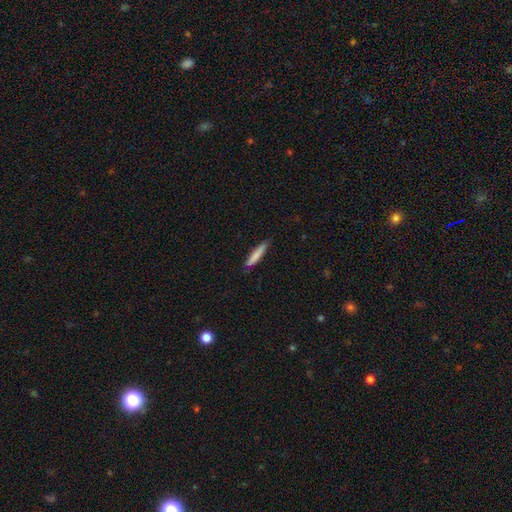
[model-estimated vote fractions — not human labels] The model was most divided on "smooth or featured": smooth: 81%, featured or disk: 14%, star or artifact: 6%. More confident: how rounded — cigar-shaped (93%); merging — none (84%).